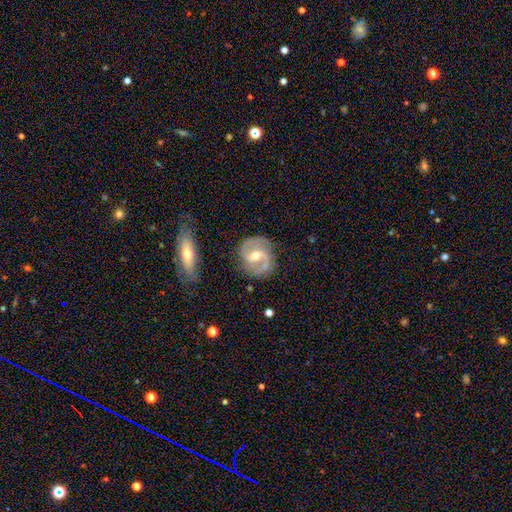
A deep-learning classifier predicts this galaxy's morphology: featured or disk 87%, smooth 8%, star or artifact 5%. Down the decision tree: edge-on disk — no (97%); bar — weak (46%); spiral arms — yes (96%); spiral arm count — 2 (92%); spiral winding — medium (55%); bulge size — moderate (64%); merging — none (81%).